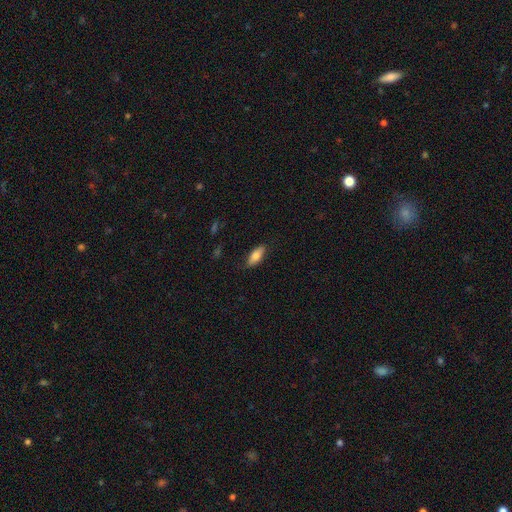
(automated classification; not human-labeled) Smooth or featured? Predicted: smooth (p=0.78). How rounded? Predicted: in between (p=0.78). Merging? Predicted: none (p=0.83).